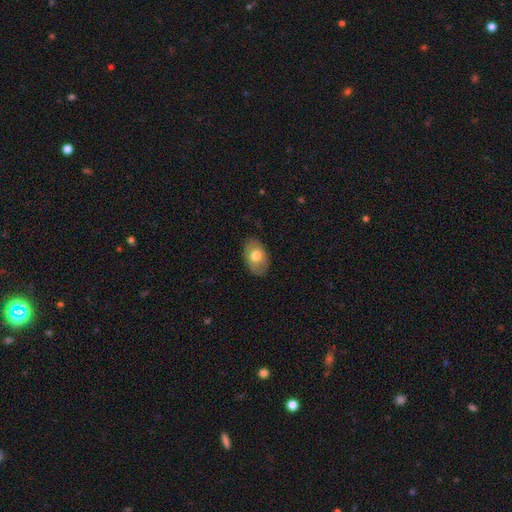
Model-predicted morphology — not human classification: smooth_or_featured: smooth (p=0.70) [alt: featured or disk p=0.24]
how_rounded: in between (p=0.87) [alt: round p=0.12]
merging: none (p=0.83) [alt: minor disturbance p=0.13]